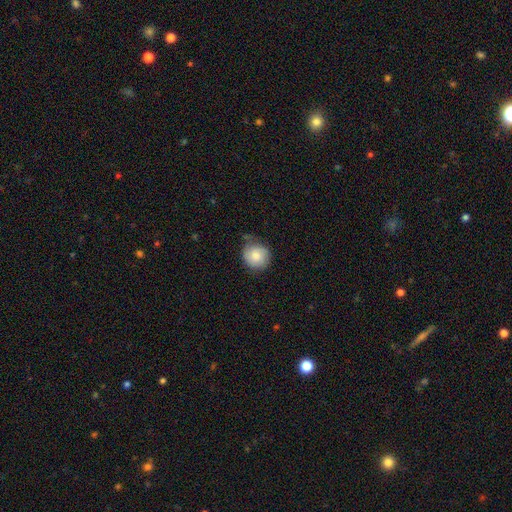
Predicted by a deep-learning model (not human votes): This is clearly a smooth galaxy (81%). How rounded: clearly round (89%). Merging: likely none (62%).